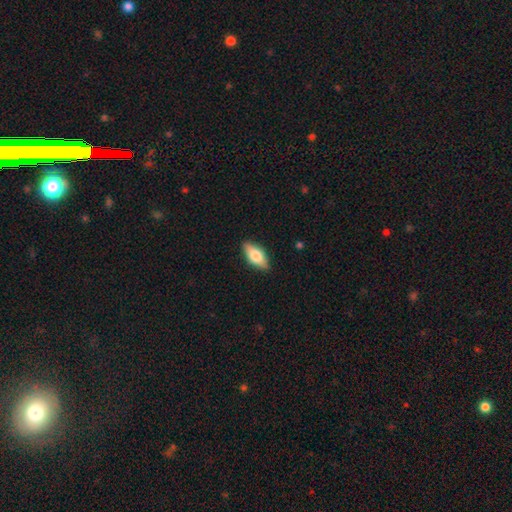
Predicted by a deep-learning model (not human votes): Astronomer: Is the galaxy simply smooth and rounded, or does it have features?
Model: smooth — 69%.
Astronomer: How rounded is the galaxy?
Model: in between — 82%.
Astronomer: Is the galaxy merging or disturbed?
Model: none — 88%.